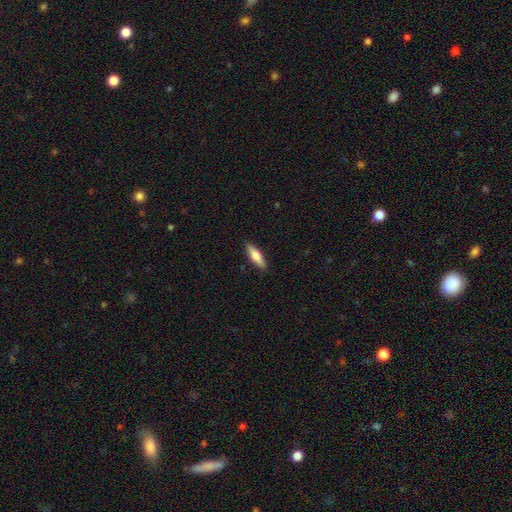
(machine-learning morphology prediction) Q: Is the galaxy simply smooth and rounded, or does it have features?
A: smooth — 69%.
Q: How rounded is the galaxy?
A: cigar-shaped — 60%.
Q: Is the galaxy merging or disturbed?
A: none — 89%.